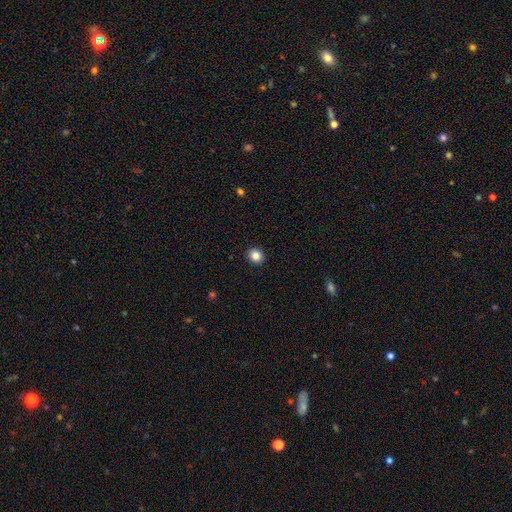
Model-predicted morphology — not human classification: A smooth galaxy with no disk features (86%) that is round (79%). Merging: none (93%).